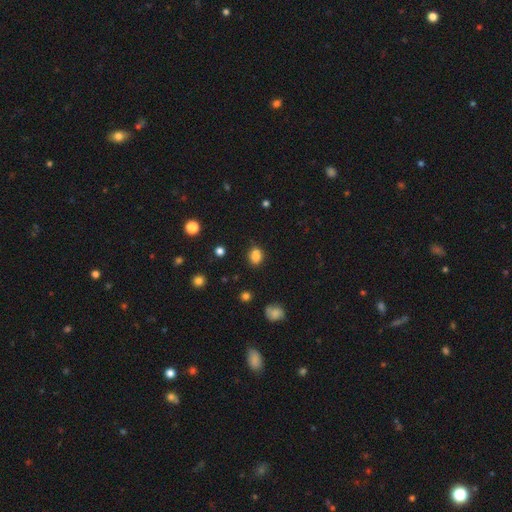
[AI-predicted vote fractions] Smooth or featured?
  - smooth: 84% *
  - star or artifact: 11%
  - featured or disk: 5%
How rounded?
  - in between: 57% *
  - round: 41%
  - cigar-shaped: 1%
Merging?
  - none: 84% *
  - minor disturbance: 12%
  - major disturbance: 3%
  - merger: 2%